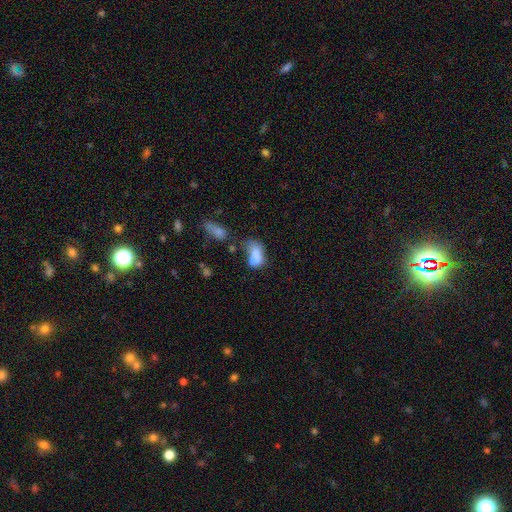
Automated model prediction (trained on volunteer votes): smooth 75%, featured or disk 14%, star or artifact 11%. Down the decision tree: how rounded — in between (89%); merging — merger (27%).